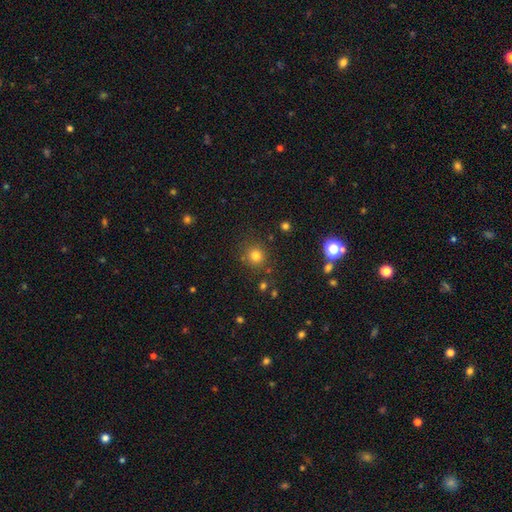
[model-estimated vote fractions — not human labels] smooth_or_featured: smooth (p=0.78) [alt: star or artifact p=0.16]
how_rounded: round (p=0.91) [alt: in between p=0.08]
merging: none (p=0.84) [alt: minor disturbance p=0.09]